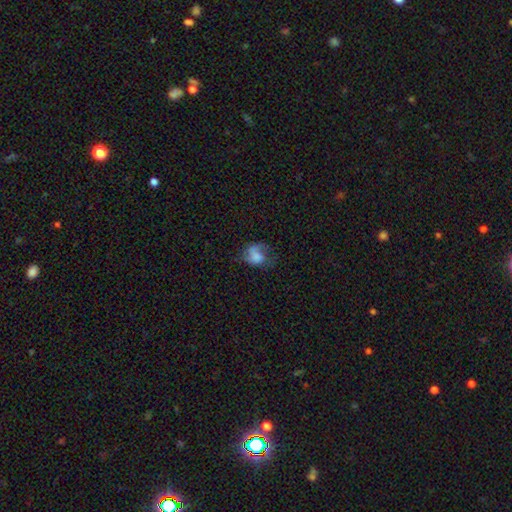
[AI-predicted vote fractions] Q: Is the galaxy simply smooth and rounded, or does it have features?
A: smooth — 56%.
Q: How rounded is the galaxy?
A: in between — 60%.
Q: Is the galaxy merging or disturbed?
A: major disturbance — 38%.